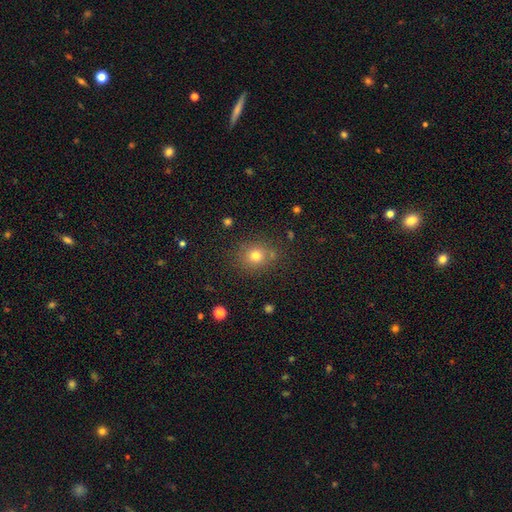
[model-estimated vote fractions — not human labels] This is likely a smooth galaxy (75%). How rounded: clearly round (83%). Merging: clearly none (80%).